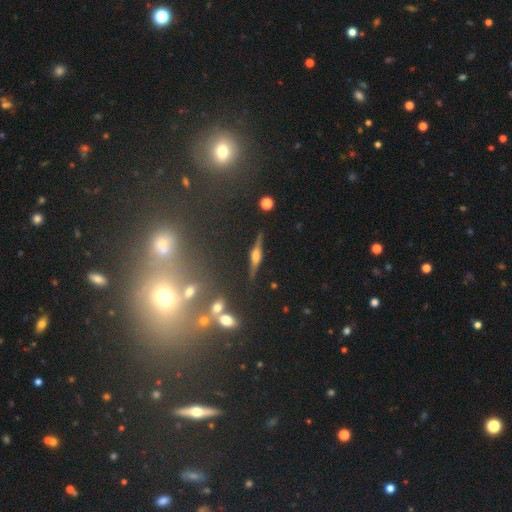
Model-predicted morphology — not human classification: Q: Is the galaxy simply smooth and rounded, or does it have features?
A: featured or disk — 75%.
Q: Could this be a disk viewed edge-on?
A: yes — 96%.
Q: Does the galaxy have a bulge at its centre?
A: rounded — 81%.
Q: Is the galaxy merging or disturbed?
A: none — 85%.